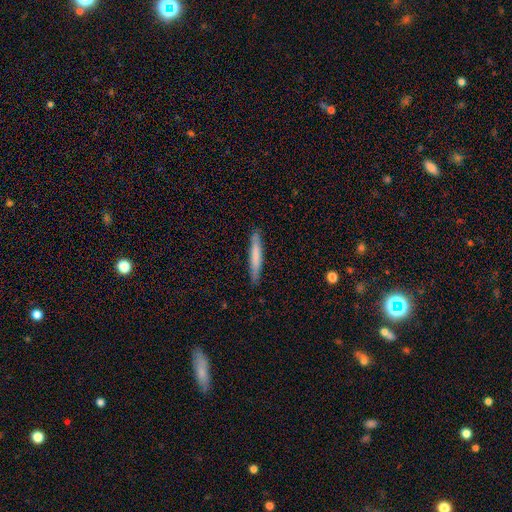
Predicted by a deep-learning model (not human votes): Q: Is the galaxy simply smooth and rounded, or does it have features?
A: smooth — 68%.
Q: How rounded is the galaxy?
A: cigar-shaped — 95%.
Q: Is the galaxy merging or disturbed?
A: none — 86%.